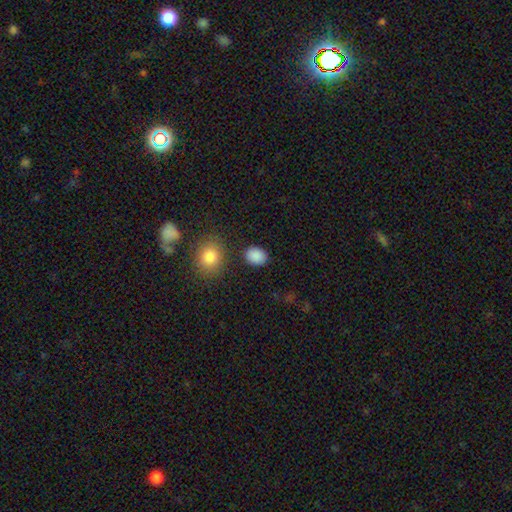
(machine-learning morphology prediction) Overall: smooth (88%). How rounded: in between (53%; round 46%). Merging: none (85%).